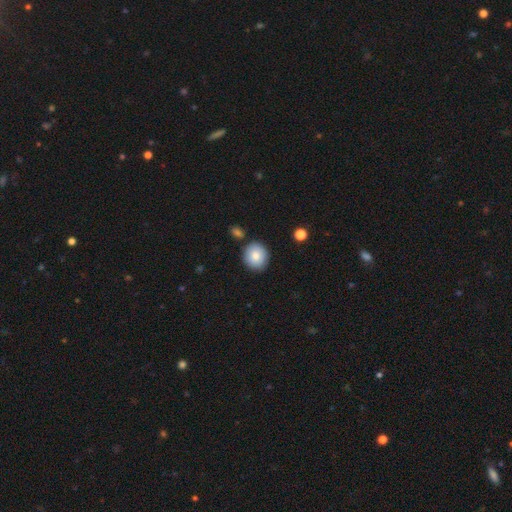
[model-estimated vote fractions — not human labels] The model was most divided on "smooth or featured": smooth: 81%, featured or disk: 11%, star or artifact: 8%. More confident: how rounded — round (86%); merging — none (84%).